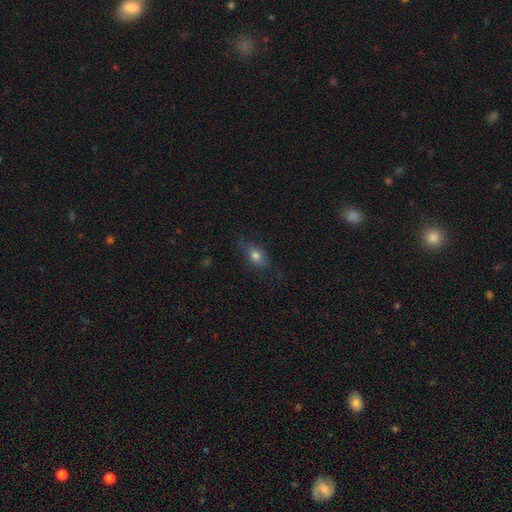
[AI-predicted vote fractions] Overall: smooth (73%). How rounded: in between (76%). Merging: none (69%).